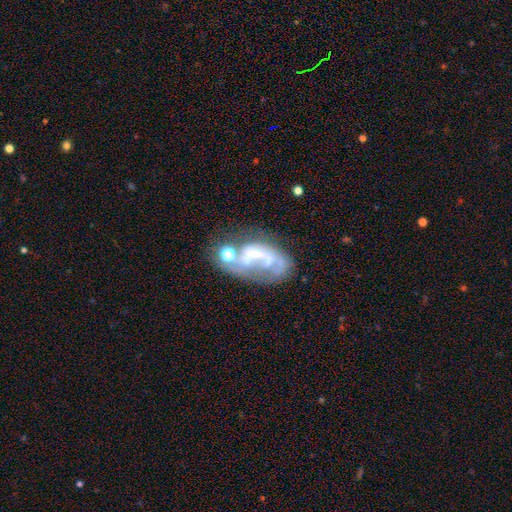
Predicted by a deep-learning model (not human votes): Morphology: type=featured or disk (64%); edge-on=no (96%); bar=no (64%); spiral arms=no (54%); bulge=none (38%); merging=major disturbance (31%).